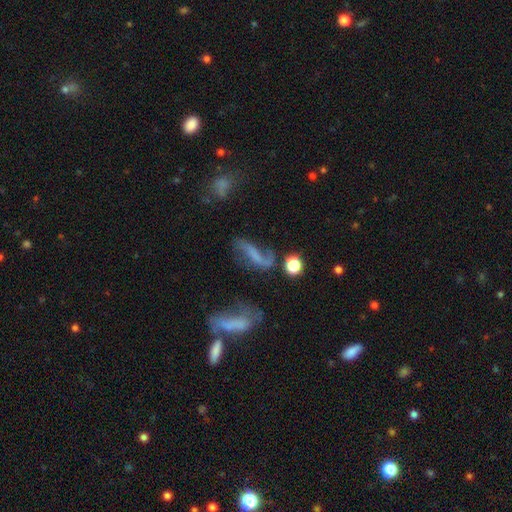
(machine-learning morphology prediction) type=featured or disk (60%); edge-on=no (89%); bar=no (45%); spiral arms=yes (79%); bulge=none (60%); merging=none (42%).